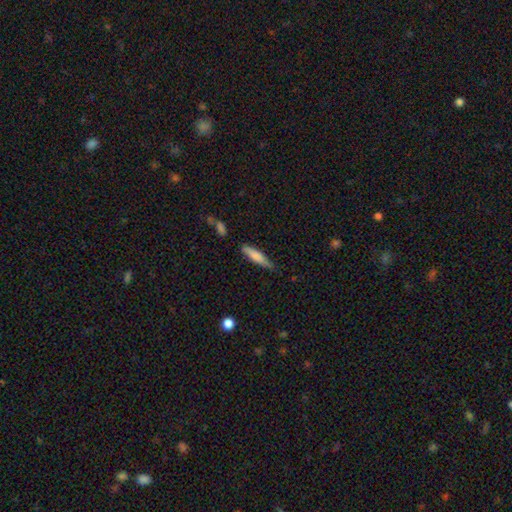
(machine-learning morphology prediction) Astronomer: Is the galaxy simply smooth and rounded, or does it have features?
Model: smooth — 72%.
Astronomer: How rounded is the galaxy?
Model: cigar-shaped — 76%.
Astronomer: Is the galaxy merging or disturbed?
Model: none — 71%.